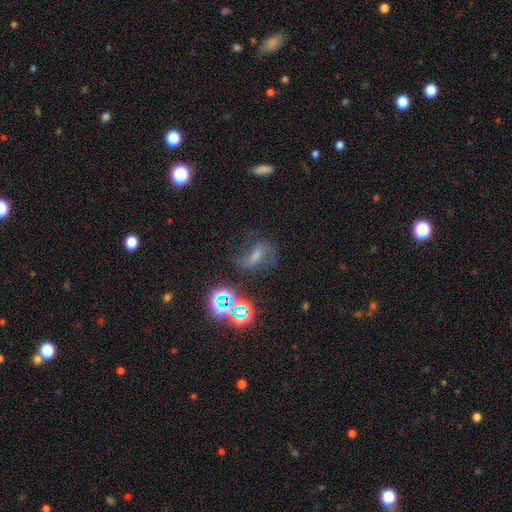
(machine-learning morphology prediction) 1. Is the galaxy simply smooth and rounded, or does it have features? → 56% featured or disk, 25% star or artifact, 18% smooth.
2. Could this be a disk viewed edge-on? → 94% no, 6% yes.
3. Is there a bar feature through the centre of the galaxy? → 41% weak, 38% strong, 20% no.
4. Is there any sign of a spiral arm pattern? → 87% yes, 13% no.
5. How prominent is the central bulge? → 39% small, 38% moderate, 15% none, 7% large, 2% dominant.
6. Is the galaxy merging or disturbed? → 58% none, 19% minor disturbance, 18% major disturbance, 5% merger.